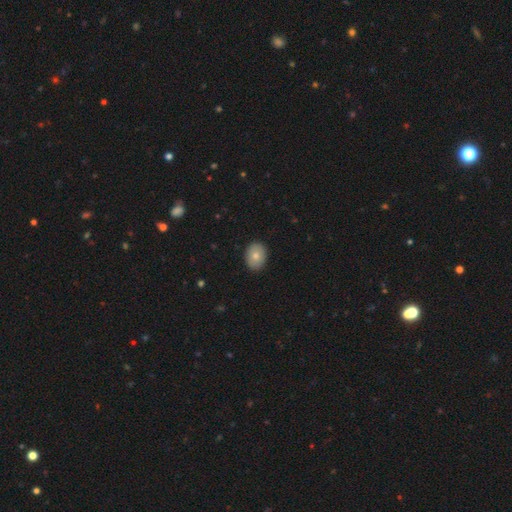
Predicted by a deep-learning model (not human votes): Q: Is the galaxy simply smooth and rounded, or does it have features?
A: smooth — 78%.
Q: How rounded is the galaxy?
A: in between — 64%.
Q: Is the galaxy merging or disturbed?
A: none — 89%.